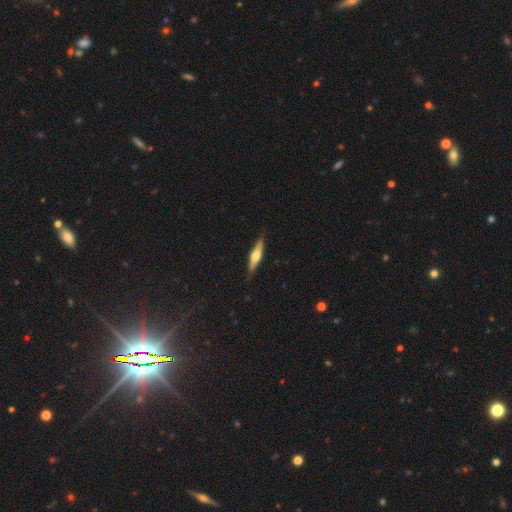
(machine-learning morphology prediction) This appears to be a featured or disk galaxy (62%) viewed edge-on (96%) with a rounded central bulge (88%). Merging: none (87%).